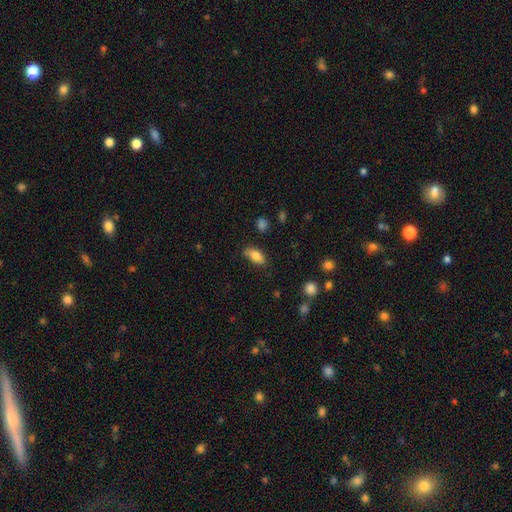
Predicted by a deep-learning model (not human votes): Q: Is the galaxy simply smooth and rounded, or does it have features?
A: smooth — 80%.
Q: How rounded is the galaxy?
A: in between — 86%.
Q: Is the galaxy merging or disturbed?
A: none — 70%.